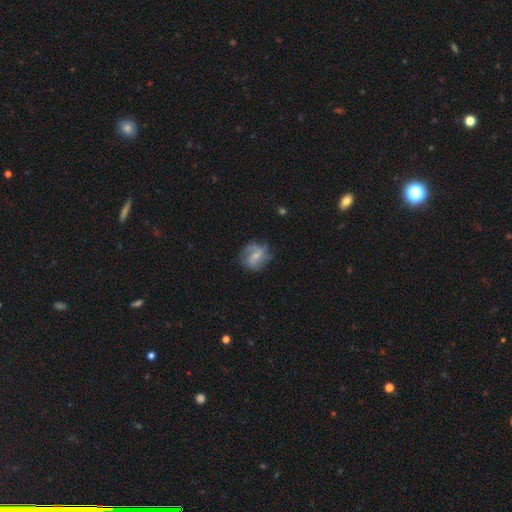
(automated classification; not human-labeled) Morphology: type=featured or disk (61%); edge-on=no (97%); bar=weak (48%); spiral arms=yes (85%); winding=medium (43%); arm count=2 (59%); bulge=small (57%); merging=none (63%).